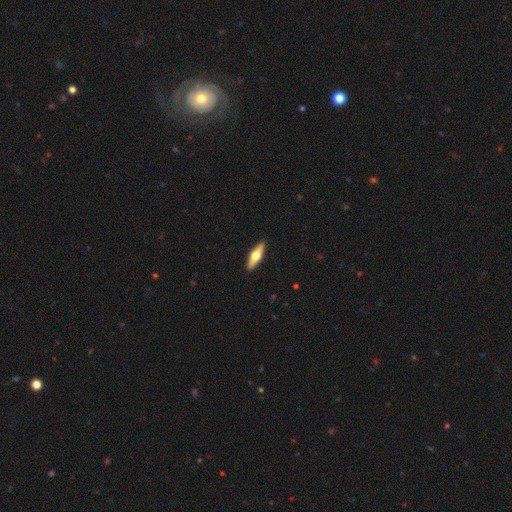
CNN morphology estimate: This appears to be a featured or disk galaxy (50%) viewed edge-on (92%). Merging: none (91%).